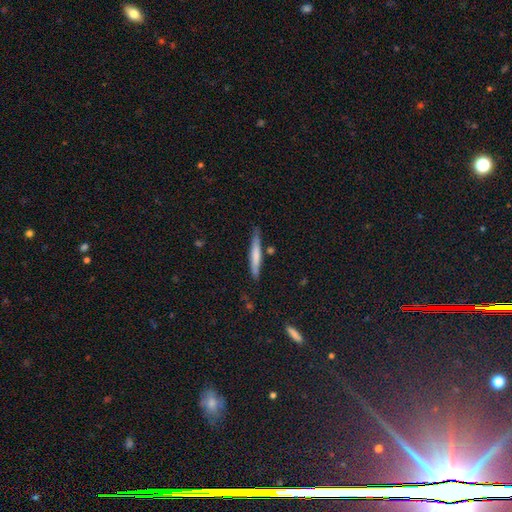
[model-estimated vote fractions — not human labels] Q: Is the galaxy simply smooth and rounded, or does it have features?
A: smooth — 64%.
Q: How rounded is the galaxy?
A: cigar-shaped — 94%.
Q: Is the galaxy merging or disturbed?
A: none — 81%.